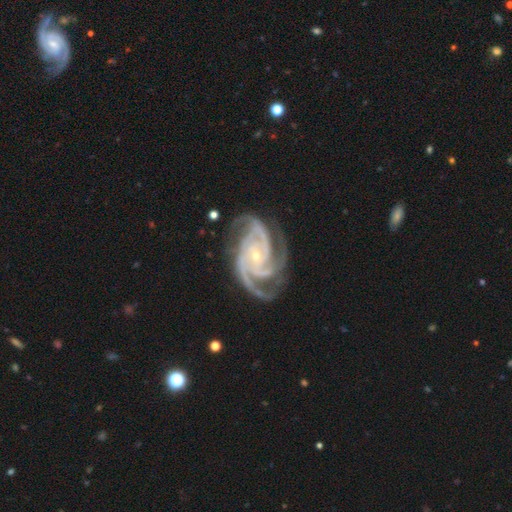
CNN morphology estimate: Smooth or featured? Predicted: featured or disk (p=0.94). Edge-on disk? Predicted: no (p=0.98). Bar? Predicted: no (p=0.65). Spiral arms? Predicted: yes (p=0.99). Spiral winding? Predicted: tight (p=0.55). Spiral arm count? Predicted: 3 (p=0.52). Bulge size? Predicted: small (p=0.79). Merging? Predicted: none (p=0.71).